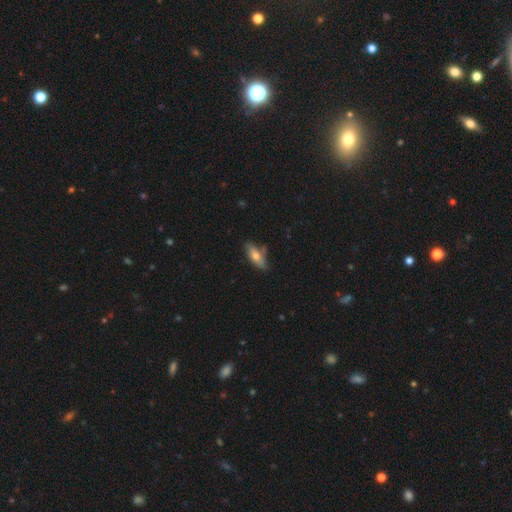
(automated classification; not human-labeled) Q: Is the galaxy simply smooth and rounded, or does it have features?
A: smooth — 67%.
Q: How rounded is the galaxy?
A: in between — 70%.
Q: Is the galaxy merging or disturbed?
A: none — 66%.